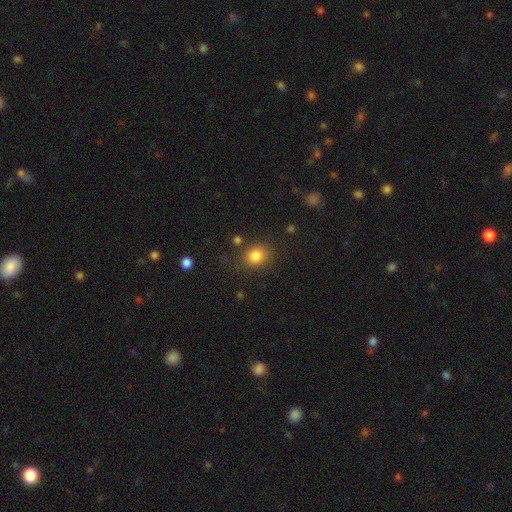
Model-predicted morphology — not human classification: Smooth or featured? Predicted: smooth (p=0.83). How rounded? Predicted: round (p=0.71). Merging? Predicted: none (p=0.81).